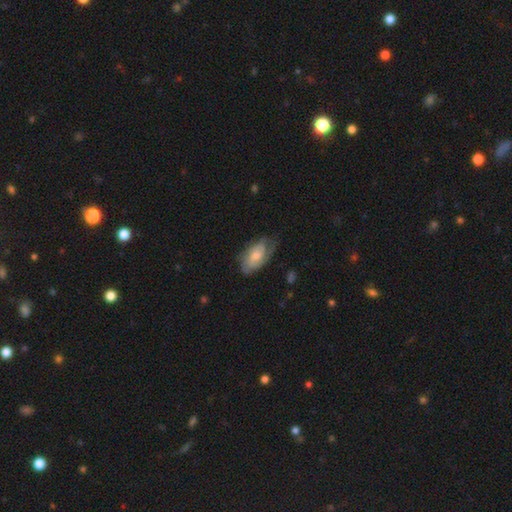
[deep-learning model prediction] smooth_or_featured: featured or disk (p=0.49) [alt: smooth p=0.44]
merging: none (p=0.60) [alt: minor disturbance p=0.28]